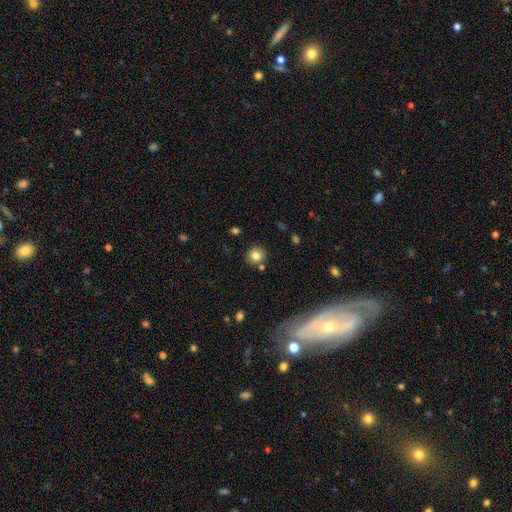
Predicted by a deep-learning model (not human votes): This is likely a smooth galaxy (79%). How rounded: clearly round (89%). Merging: clearly none (83%).